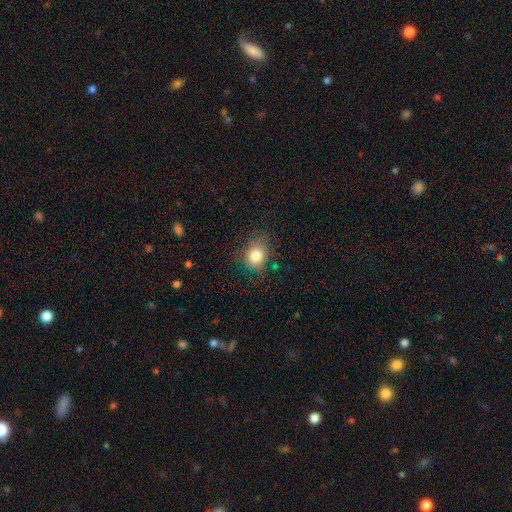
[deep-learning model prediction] The model was most divided on "how rounded": round: 63%, in between: 36%, cigar-shaped: 1%. More confident: smooth or featured — smooth (81%); merging — none (75%).